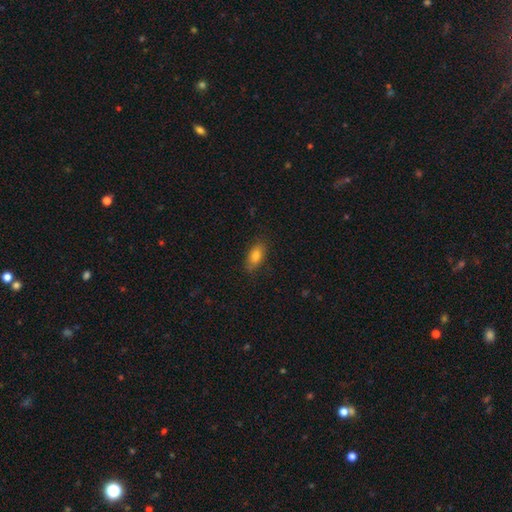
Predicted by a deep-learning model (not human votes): This is likely a smooth galaxy (80%). How rounded: clearly in between (84%). Merging: clearly none (82%).